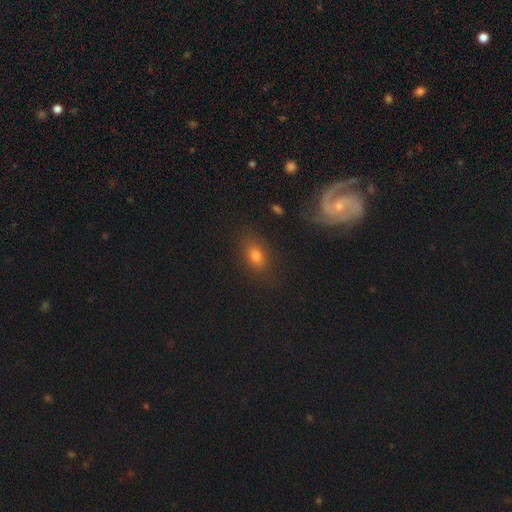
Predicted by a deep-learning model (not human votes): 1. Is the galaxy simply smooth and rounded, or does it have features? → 63% smooth, 23% featured or disk, 14% star or artifact.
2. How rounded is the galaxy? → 72% in between, 25% round, 3% cigar-shaped.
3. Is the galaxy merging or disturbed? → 80% none, 13% minor disturbance, 5% major disturbance, 3% merger.